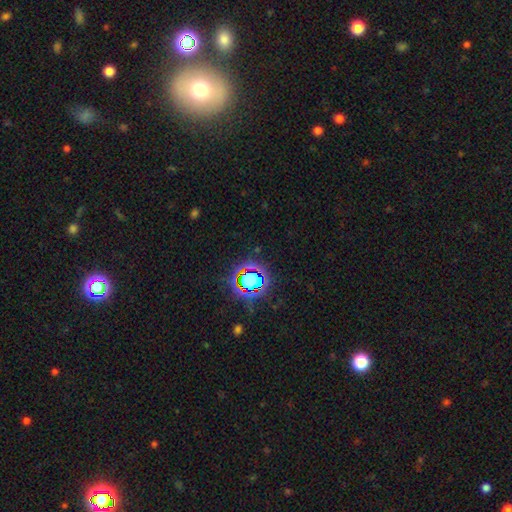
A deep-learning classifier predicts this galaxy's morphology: This is likely a star or artifact rather than a galaxy (70%).